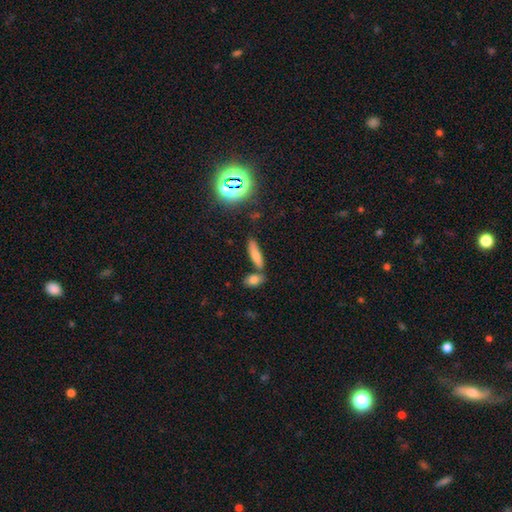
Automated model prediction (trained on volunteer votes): A smooth galaxy with no disk features (67%) that is cigar-shaped (61%).

Vote fractions:
- Smooth or featured? smooth: 67% / featured or disk: 17% / star or artifact: 16%
- How rounded? cigar-shaped: 61% / in between: 35% / round: 4%
- Merging? none: 64% / merger: 21% / minor disturbance: 11% / major disturbance: 4%